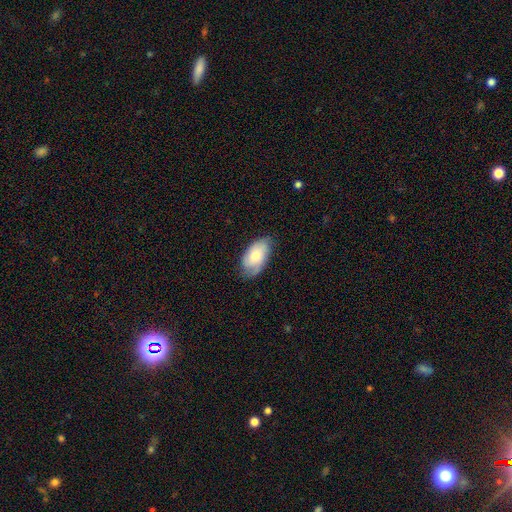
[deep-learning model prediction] smooth-or-featured: smooth: 64% | featured or disk: 30% | star or artifact: 6%
  how-rounded: in between: 94% | round: 4% | cigar-shaped: 2%
  merging: none: 69% | minor disturbance: 25% | major disturbance: 5% | merger: 1%